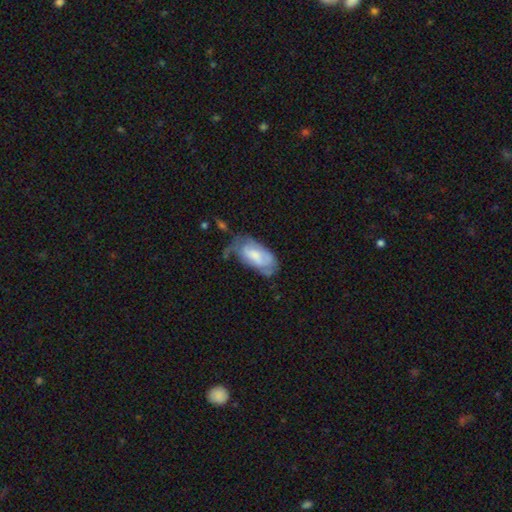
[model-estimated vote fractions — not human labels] Q: Smooth or featured?
A: smooth (49%); runner-up: featured or disk (44%)
Q: Merging?
A: minor disturbance (36%); runner-up: none (35%)